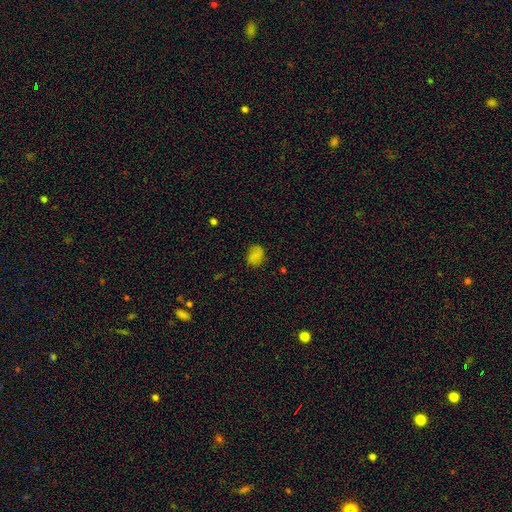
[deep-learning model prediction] Smooth or featured: smooth — 80% (star or artifact — 13%)
How rounded: in between — 55% (round — 44%)
Merging: none — 81% (minor disturbance — 15%)